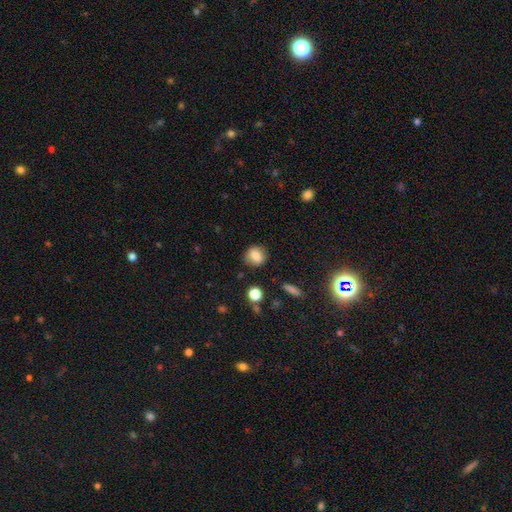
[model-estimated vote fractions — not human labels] Smooth or featured? Predicted: smooth (p=0.79). How rounded? Predicted: round (p=0.67). Merging? Predicted: none (p=0.81).